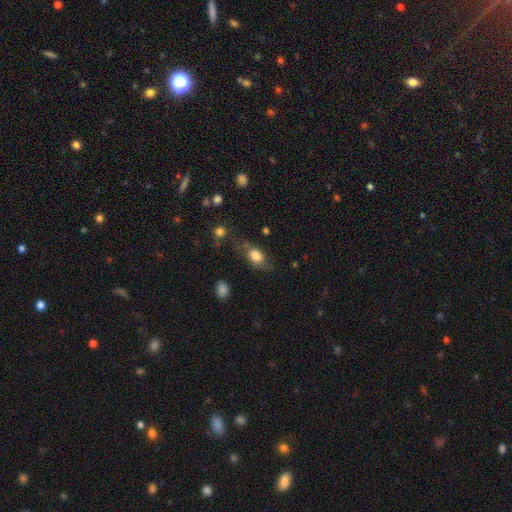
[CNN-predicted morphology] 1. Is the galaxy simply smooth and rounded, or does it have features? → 80% smooth, 11% featured or disk, 9% star or artifact.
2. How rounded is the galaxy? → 73% in between, 23% round, 4% cigar-shaped.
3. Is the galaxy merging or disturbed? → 59% none, 25% minor disturbance, 12% major disturbance, 5% merger.